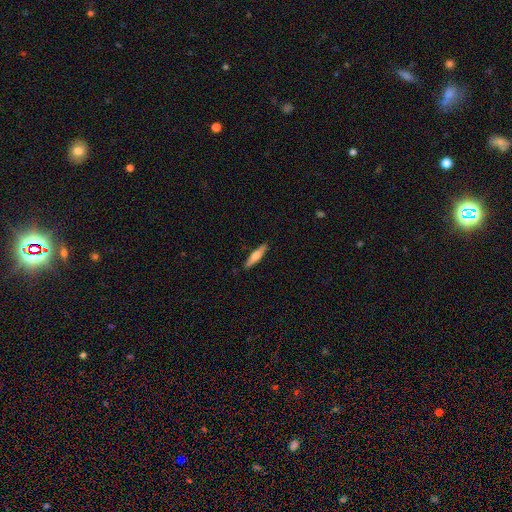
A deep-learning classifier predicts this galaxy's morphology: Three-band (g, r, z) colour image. It shows a smooth galaxy with no disk features (50%) that is cigar-shaped (83%). Merging: none (90%).